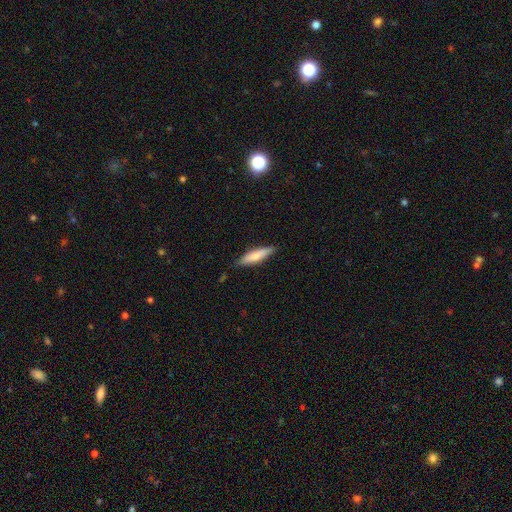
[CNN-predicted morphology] A smooth galaxy with no disk features (72%) that is cigar-shaped (75%). Merging: none (82%).